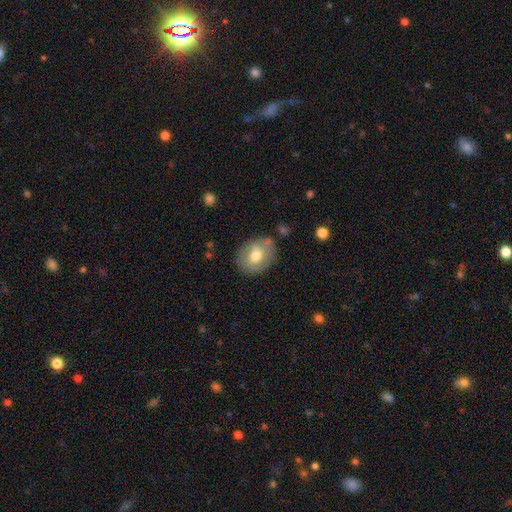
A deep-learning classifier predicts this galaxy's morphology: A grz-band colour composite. It shows a smooth galaxy with no disk features (61%) that is in between round and cigar-shaped (50%). Merging: none (72%).